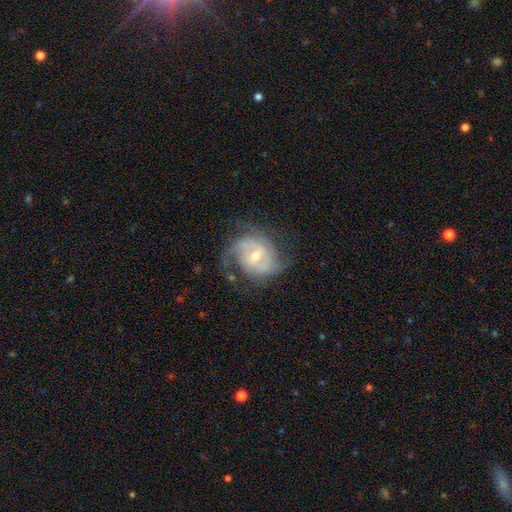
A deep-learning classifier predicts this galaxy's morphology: featured or disk 83%, smooth 12%, star or artifact 6%. Down the decision tree: edge-on disk — no (97%); bar — weak (53%); spiral arms — yes (93%); spiral arm count — 2 (53%); spiral winding — medium (44%); bulge size — small (50%); merging — none (62%).